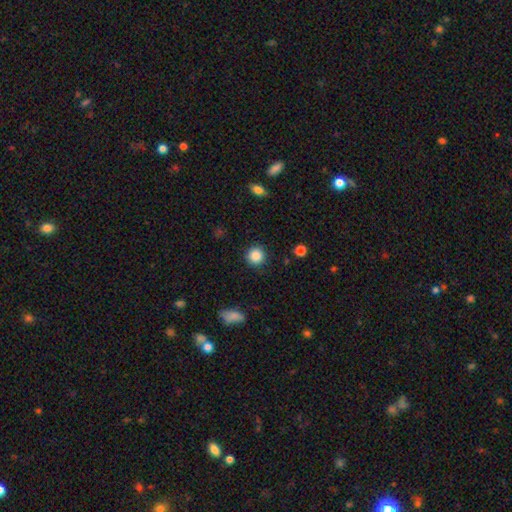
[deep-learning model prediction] This appears to be a smooth galaxy with no disk features (87%) that is round (94%). Merging: none (90%).